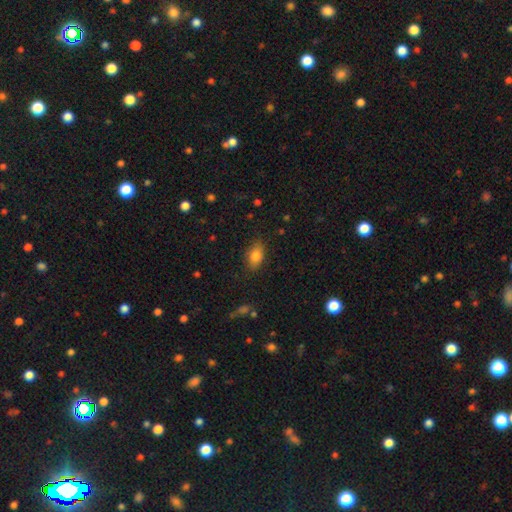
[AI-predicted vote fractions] The model was most divided on "merging": none: 80%, minor disturbance: 15%, major disturbance: 4%, merger: 1%. More confident: how rounded — in between (86%); smooth or featured — smooth (82%).